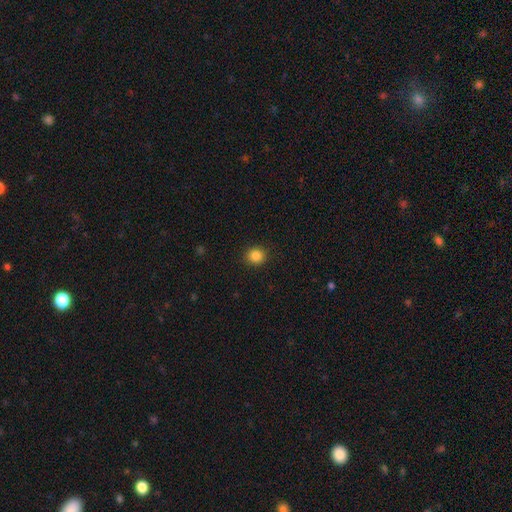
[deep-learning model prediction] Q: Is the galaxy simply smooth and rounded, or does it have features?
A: smooth — 86%.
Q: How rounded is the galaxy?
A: round — 85%.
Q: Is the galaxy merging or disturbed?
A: none — 91%.